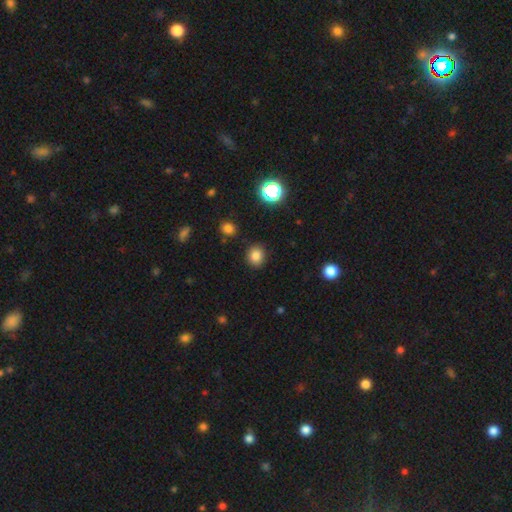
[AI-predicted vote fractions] Q: Smooth or featured?
A: smooth (82%); runner-up: star or artifact (13%)
Q: How rounded?
A: round (79%); runner-up: in between (20%)
Q: Merging?
A: none (88%); runner-up: minor disturbance (8%)